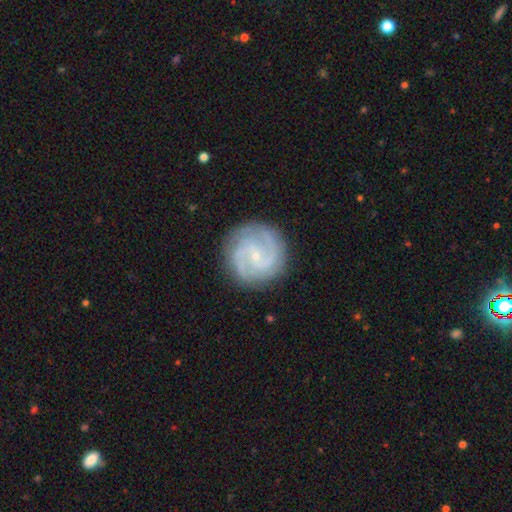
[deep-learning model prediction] Smooth or featured? featured or disk (86%)
Edge-on disk? no (98%)
Bar? no (61%)
Spiral arms? yes (97%)
Spiral winding? tight (51%)
Spiral arm count? 2 (40%)
Bulge size? small (84%)
Merging? none (85%)